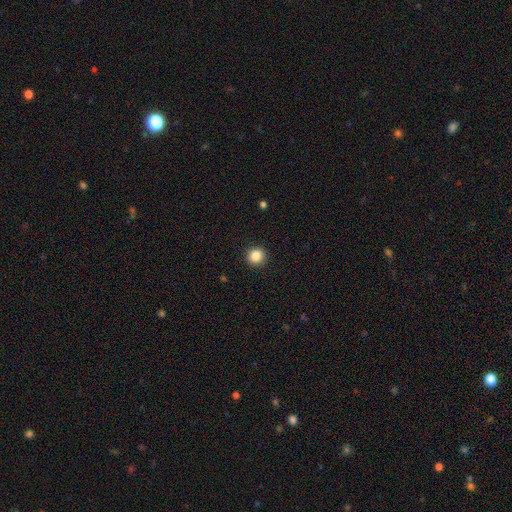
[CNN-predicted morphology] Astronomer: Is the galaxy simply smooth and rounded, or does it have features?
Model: smooth — 86%.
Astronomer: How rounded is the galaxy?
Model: round — 93%.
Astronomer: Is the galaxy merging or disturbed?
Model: none — 92%.